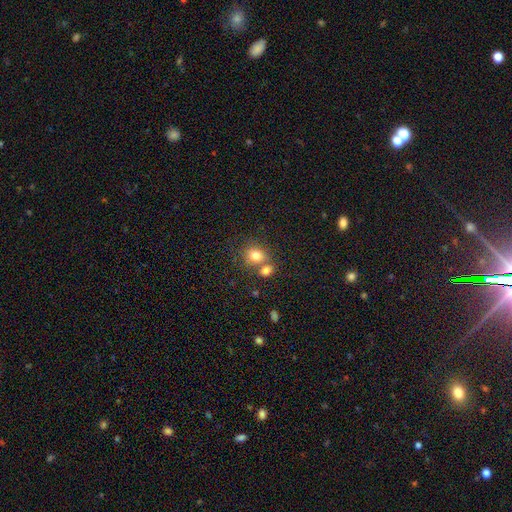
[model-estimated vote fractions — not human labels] Smooth or featured? Predicted: smooth (p=0.79). How rounded? Predicted: round (p=0.60). Merging? Predicted: none (p=0.48).